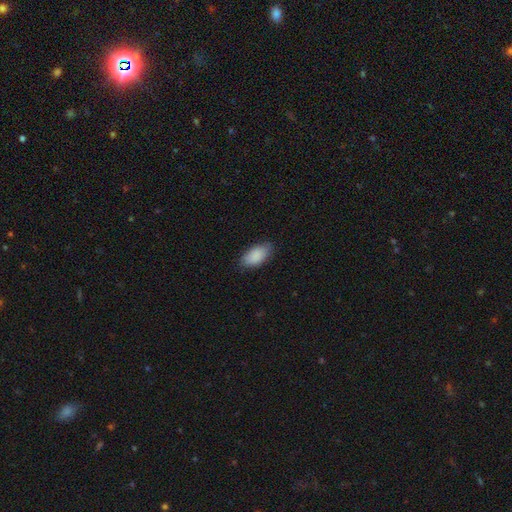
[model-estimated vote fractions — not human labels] This appears to be a smooth galaxy with no disk features (89%) that is in between round and cigar-shaped (94%). Merging: none (80%).